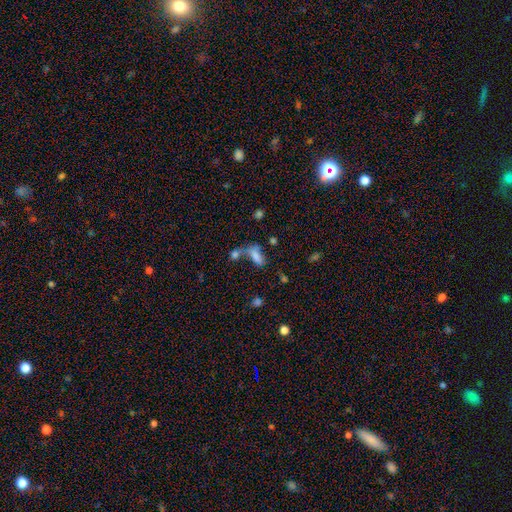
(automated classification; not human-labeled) Morphology: type=smooth (72%); roundness=in between (77%); merging=merger (45%).